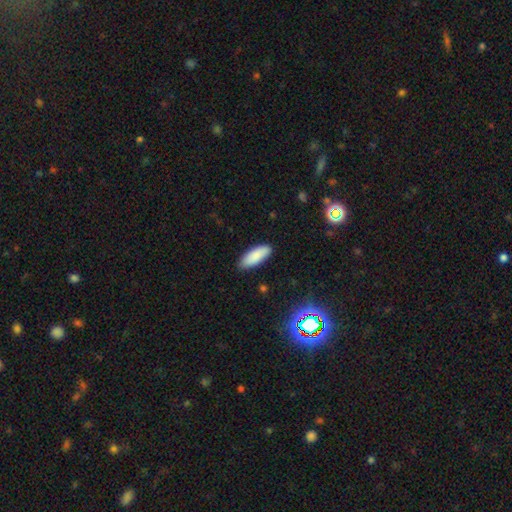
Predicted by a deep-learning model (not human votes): This is clearly a smooth galaxy (88%). How rounded: likely in between (74%). Merging: clearly none (87%).